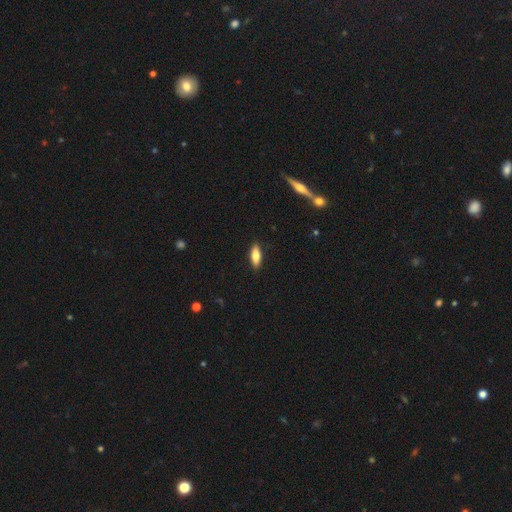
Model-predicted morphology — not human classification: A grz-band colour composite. It shows a smooth galaxy with no disk features (76%) that is in between round and cigar-shaped (65%). Merging: none (88%).